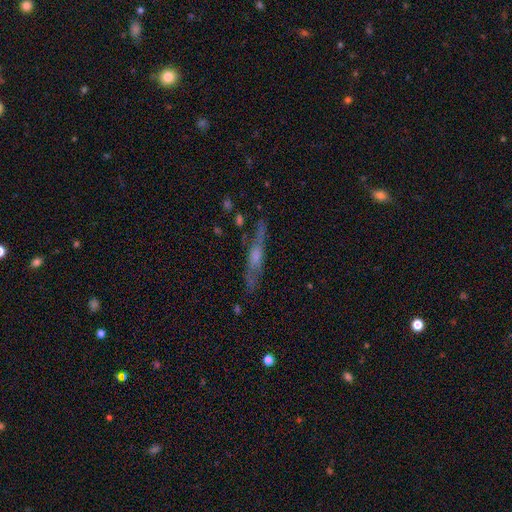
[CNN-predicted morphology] Q: Smooth or featured?
A: featured or disk (65%); runner-up: smooth (25%)
Q: Edge-on disk?
A: yes (86%); runner-up: no (14%)
Q: Edge-on bulge?
A: rounded (68%); runner-up: none (20%)
Q: Merging?
A: none (76%); runner-up: minor disturbance (16%)